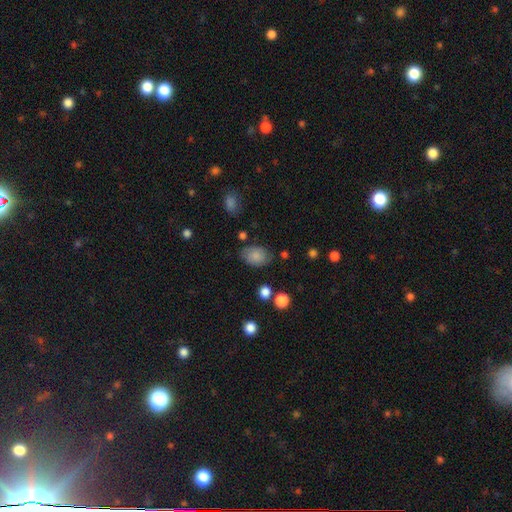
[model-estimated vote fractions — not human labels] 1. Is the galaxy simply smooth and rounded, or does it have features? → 81% smooth, 11% featured or disk, 8% star or artifact.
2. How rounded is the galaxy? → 82% in between, 16% round, 1% cigar-shaped.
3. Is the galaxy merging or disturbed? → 73% none, 18% minor disturbance, 5% major disturbance, 3% merger.